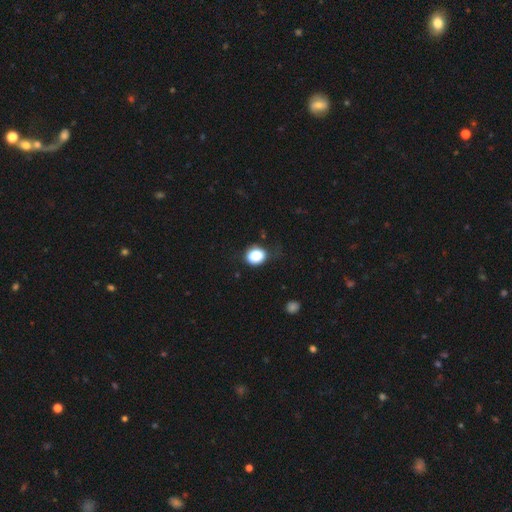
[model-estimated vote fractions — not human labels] Smooth or featured? smooth (86%)
How rounded? round (57%)
Merging? none (69%)